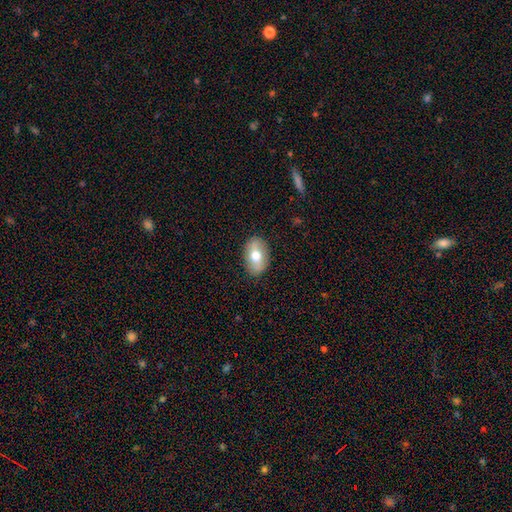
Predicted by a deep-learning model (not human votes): smooth 61%, featured or disk 32%, star or artifact 7%. Down the decision tree: how rounded — in between (88%); merging — none (86%).